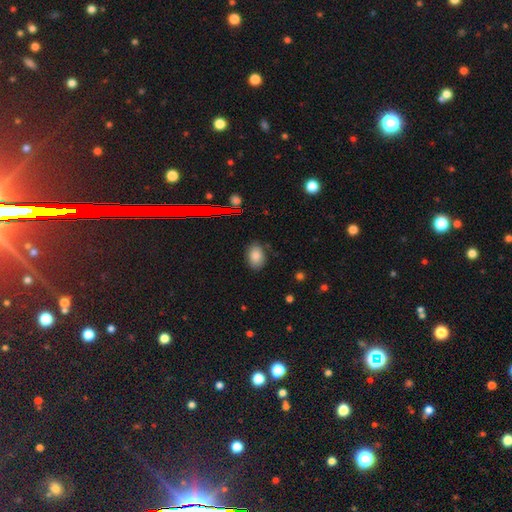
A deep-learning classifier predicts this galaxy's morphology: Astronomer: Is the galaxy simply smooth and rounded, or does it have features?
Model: smooth — 82%.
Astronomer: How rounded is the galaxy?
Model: in between — 86%.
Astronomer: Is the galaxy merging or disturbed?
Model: none — 80%.